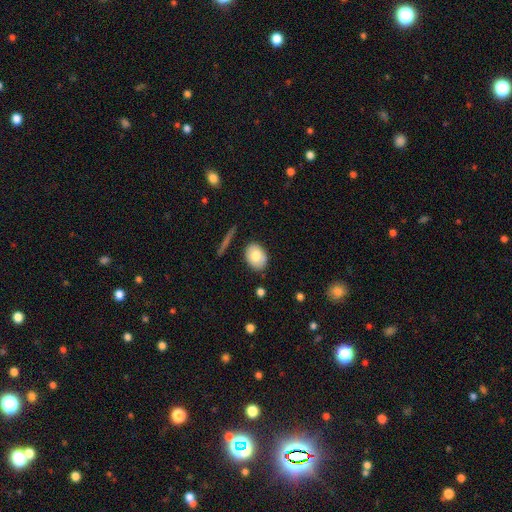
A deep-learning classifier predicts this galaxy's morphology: Smooth or featured? smooth (74%)
How rounded? in between (75%)
Merging? none (79%)